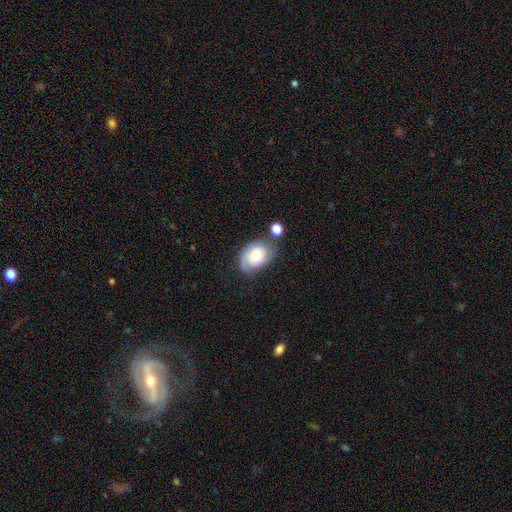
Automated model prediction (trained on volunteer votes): A smooth galaxy with no disk features (51%) that is in between round and cigar-shaped (83%).

Vote fractions:
- Smooth or featured? smooth: 51% / featured or disk: 40% / star or artifact: 9%
- How rounded? in between: 83% / round: 16% / cigar-shaped: 1%
- Merging? none: 55% / minor disturbance: 25% / merger: 10% / major disturbance: 10%